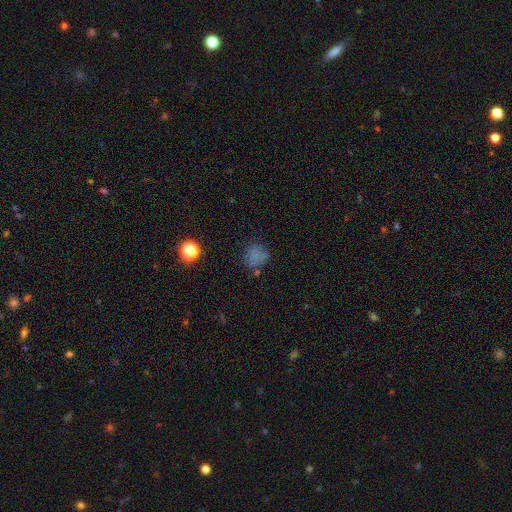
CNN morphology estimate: smooth-or-featured: smooth: 66% | star or artifact: 22% | featured or disk: 11%
  how-rounded: round: 77% | in between: 21% | cigar-shaped: 1%
  merging: none: 64% | minor disturbance: 19% | major disturbance: 10% | merger: 6%